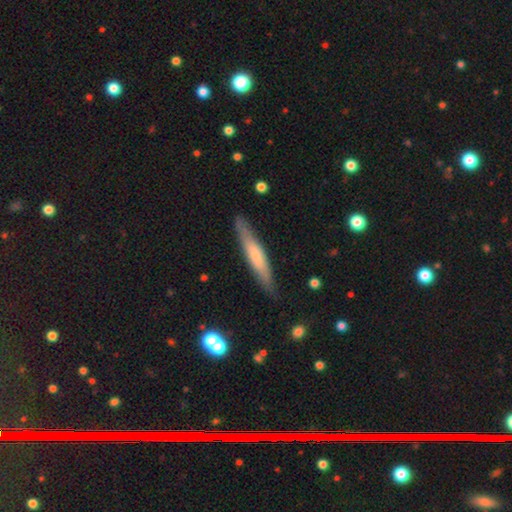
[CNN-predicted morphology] This is possibly a smooth galaxy (54%). How rounded: clearly cigar-shaped (91%). Merging: clearly none (85%).